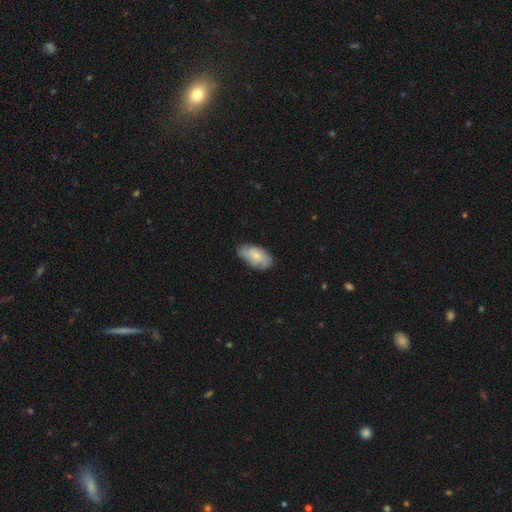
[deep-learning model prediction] A smooth galaxy with no disk features (58%) that is in between round and cigar-shaped (92%). Merging: none (67%).